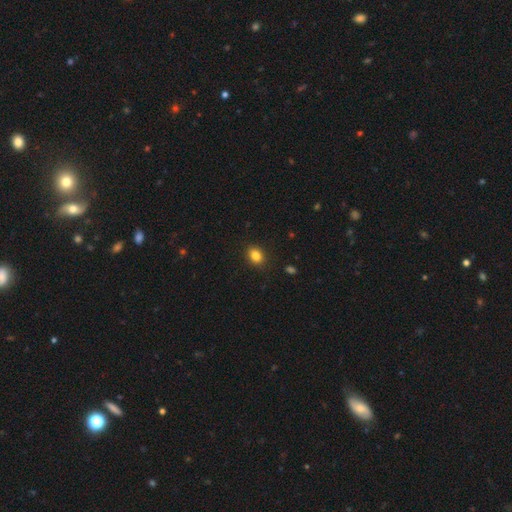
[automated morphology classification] This appears to be a smooth galaxy with no disk features (84%) that is in between round and cigar-shaped (62%). Merging: none (88%).